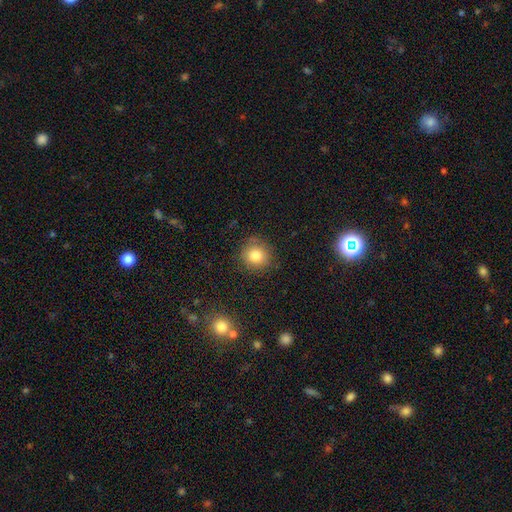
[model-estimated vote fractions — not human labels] A smooth galaxy with no disk features (81%) that is round (91%).

Vote fractions:
- Smooth or featured? smooth: 81% / star or artifact: 11% / featured or disk: 8%
- How rounded? round: 91% / in between: 8% / cigar-shaped: 1%
- Merging? none: 84% / minor disturbance: 11% / major disturbance: 3% / merger: 2%